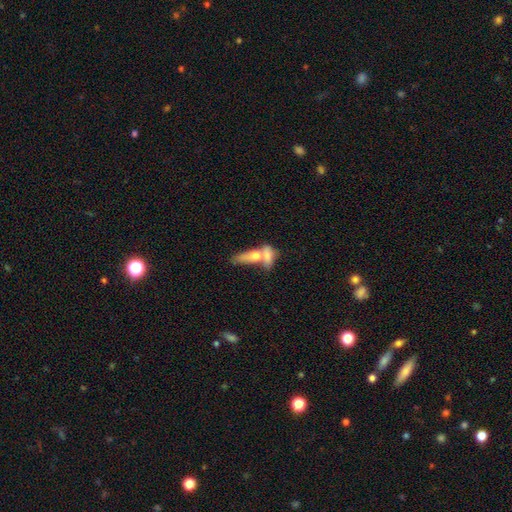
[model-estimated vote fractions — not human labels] A smooth galaxy with no disk features (64%) that is in between round and cigar-shaped (63%). Merging: merger (68%).